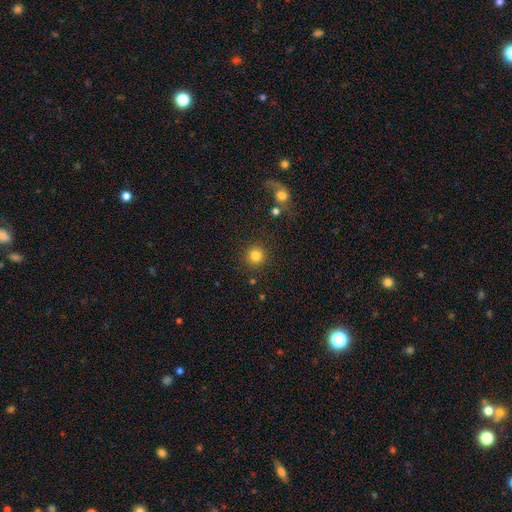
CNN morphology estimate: The model was most divided on "smooth or featured": smooth: 83%, star or artifact: 12%, featured or disk: 5%. More confident: how rounded — round (94%); merging — none (90%).